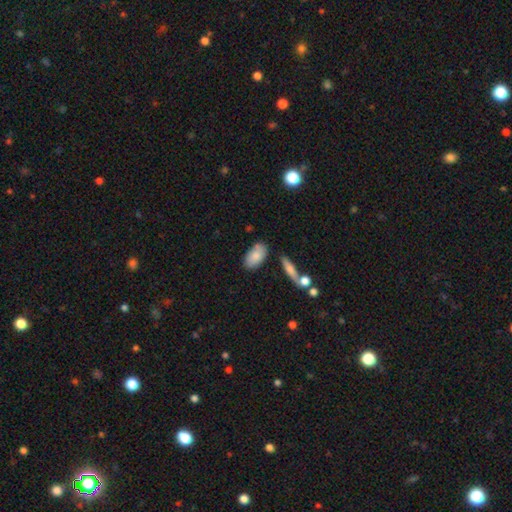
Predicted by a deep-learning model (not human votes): This is clearly a smooth galaxy (82%). How rounded: clearly in between (92%). Merging: likely none (69%).